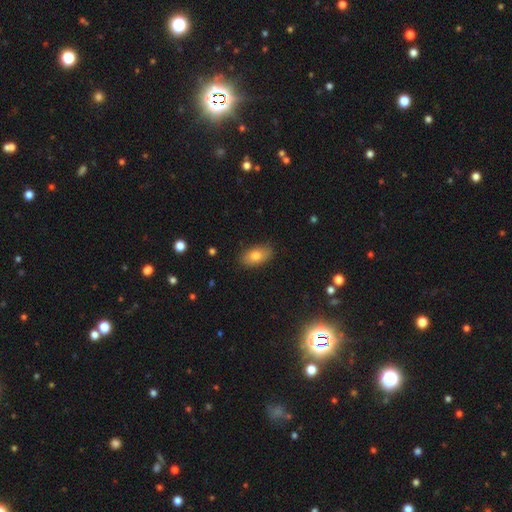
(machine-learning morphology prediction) This is likely a smooth galaxy (78%). How rounded: clearly in between (91%). Merging: clearly none (85%).